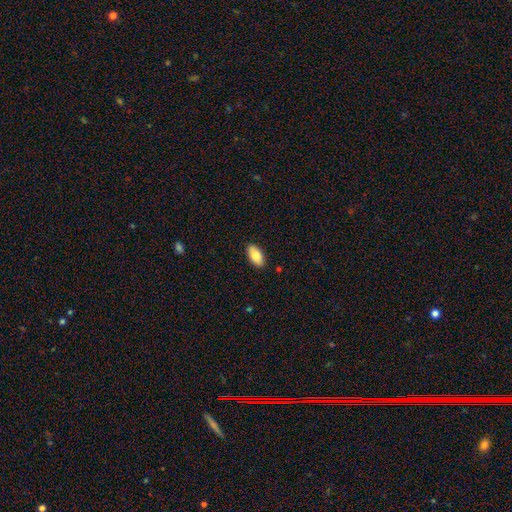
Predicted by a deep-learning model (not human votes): Smooth or featured? Predicted: smooth (p=0.82). How rounded? Predicted: in between (p=0.91). Merging? Predicted: none (p=0.89).